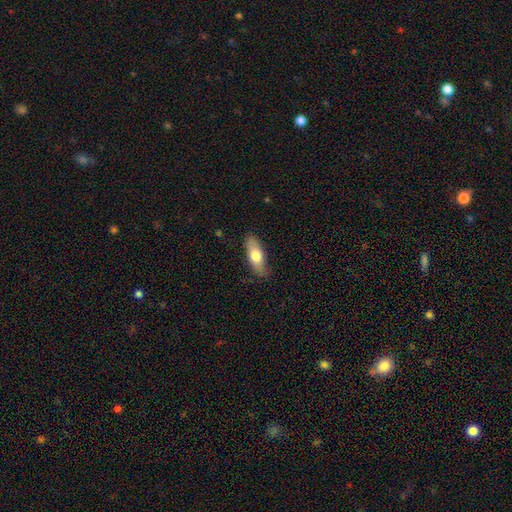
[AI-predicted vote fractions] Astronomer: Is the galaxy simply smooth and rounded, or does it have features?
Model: smooth — 69%.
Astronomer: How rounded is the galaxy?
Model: in between — 70%.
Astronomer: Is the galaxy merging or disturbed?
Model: none — 80%.